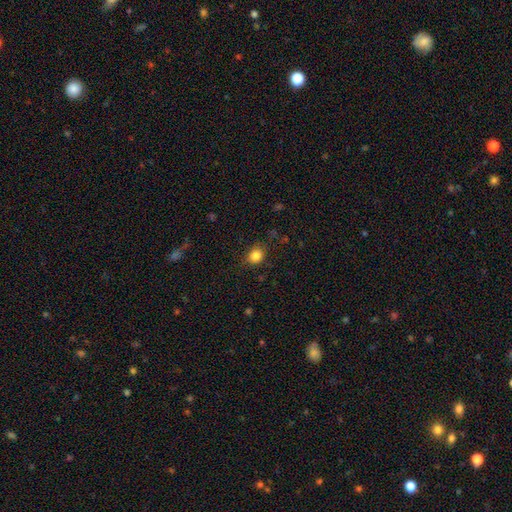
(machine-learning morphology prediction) smooth 84%, star or artifact 11%, featured or disk 5%. Down the decision tree: how rounded — round (68%); merging — none (82%).